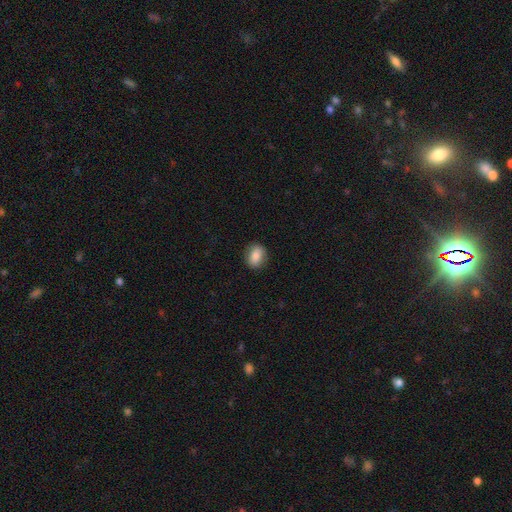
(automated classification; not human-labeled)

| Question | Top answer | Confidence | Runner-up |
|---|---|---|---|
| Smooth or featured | smooth | 83% | featured or disk (9%) |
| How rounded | in between | 61% | round (38%) |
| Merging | none | 86% | minor disturbance (10%) |